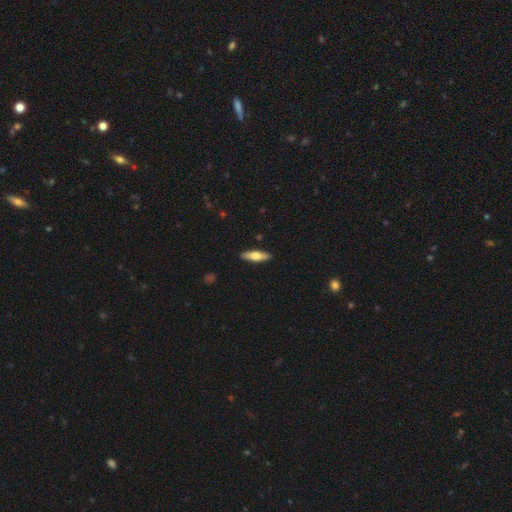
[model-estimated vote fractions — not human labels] Smooth or featured? Predicted: smooth (p=0.62). How rounded? Predicted: cigar-shaped (p=0.59). Merging? Predicted: none (p=0.90).